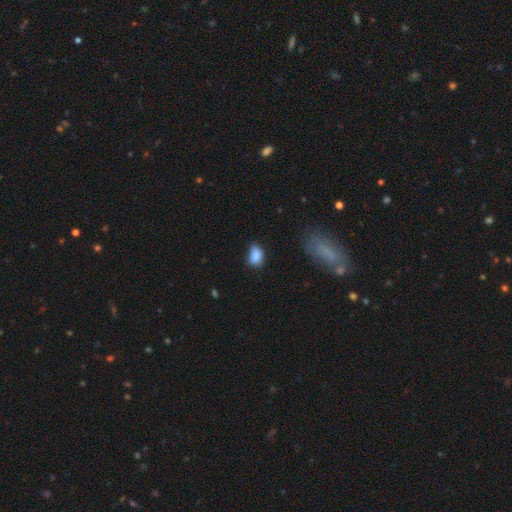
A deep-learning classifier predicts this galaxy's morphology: Smooth or featured: smooth — 86% (star or artifact — 9%)
How rounded: in between — 84% (round — 15%)
Merging: none — 55% (minor disturbance — 34%)